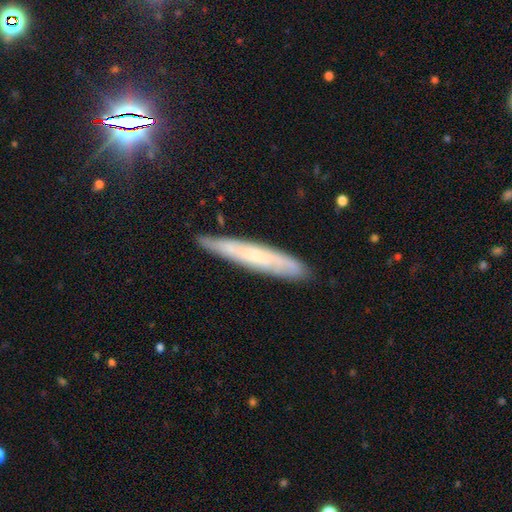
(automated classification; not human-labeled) Morphology: type=featured or disk (55%); edge-on=yes (68%); merging=none (83%).